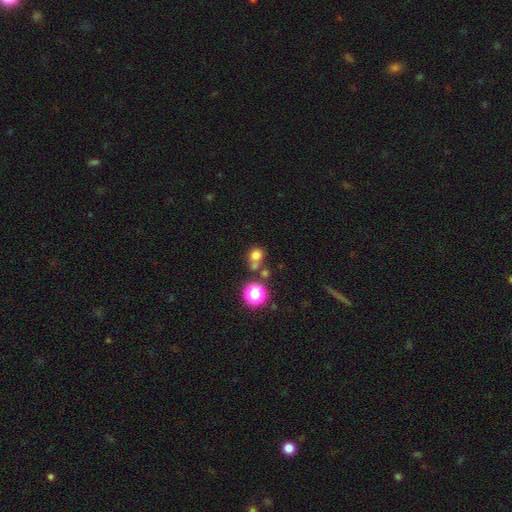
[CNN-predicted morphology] smooth-or-featured: smooth: 72% | star or artifact: 19% | featured or disk: 8%
  how-rounded: round: 77% | in between: 22% | cigar-shaped: 1%
  merging: none: 54% | merger: 29% | minor disturbance: 11% | major disturbance: 6%